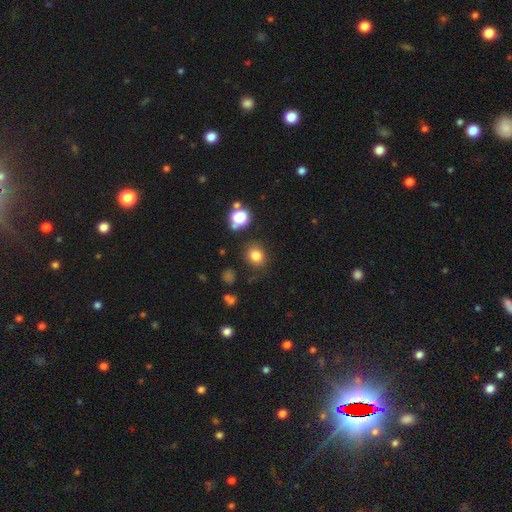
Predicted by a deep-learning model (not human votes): This appears to be a smooth galaxy with no disk features (80%) that is round (73%). Merging: none (82%).